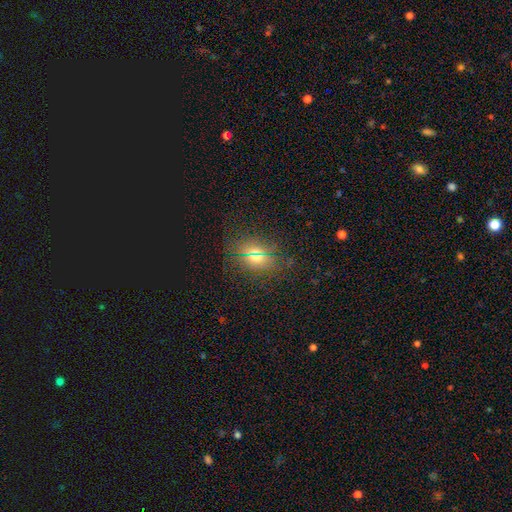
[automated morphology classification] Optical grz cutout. It shows a smooth galaxy with no disk features (59%) that is in between round and cigar-shaped (57%). Merging: none (82%).